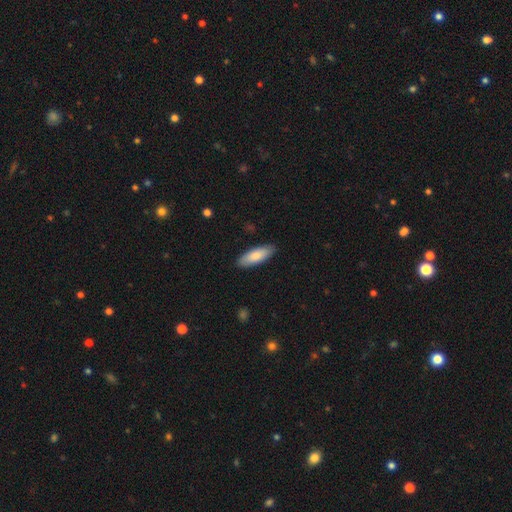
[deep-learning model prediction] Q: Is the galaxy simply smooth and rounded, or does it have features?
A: smooth — 82%.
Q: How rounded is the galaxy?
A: in between — 64%.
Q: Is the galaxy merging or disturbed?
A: none — 88%.